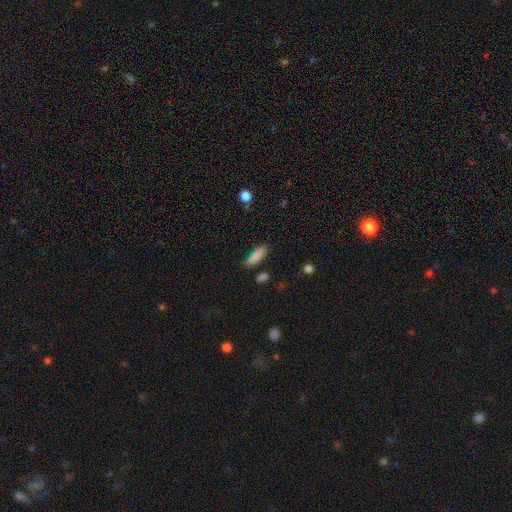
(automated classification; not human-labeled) This appears to be a smooth galaxy with no disk features (84%) that is cigar-shaped (61%). Merging: none (76%).